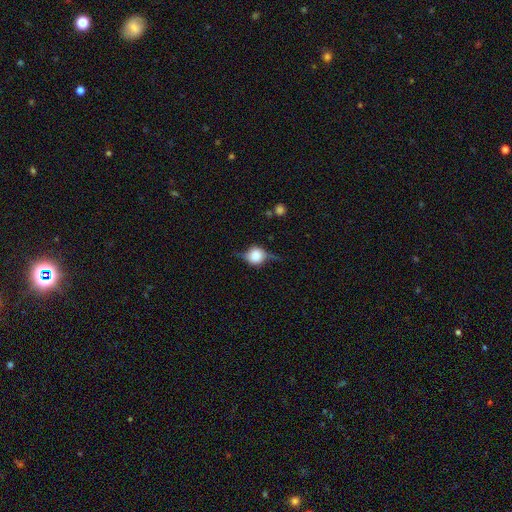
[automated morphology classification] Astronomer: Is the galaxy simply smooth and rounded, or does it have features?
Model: featured or disk — 49% (runner-up: smooth, 41%).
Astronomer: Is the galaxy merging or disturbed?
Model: none — 60%.